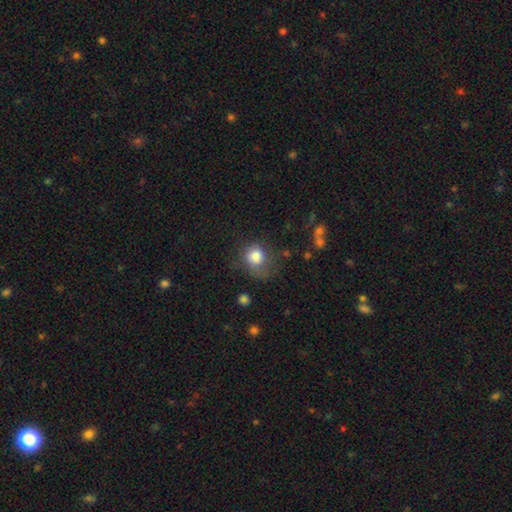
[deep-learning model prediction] Smooth or featured? smooth (78%)
How rounded? round (71%)
Merging? none (41%)